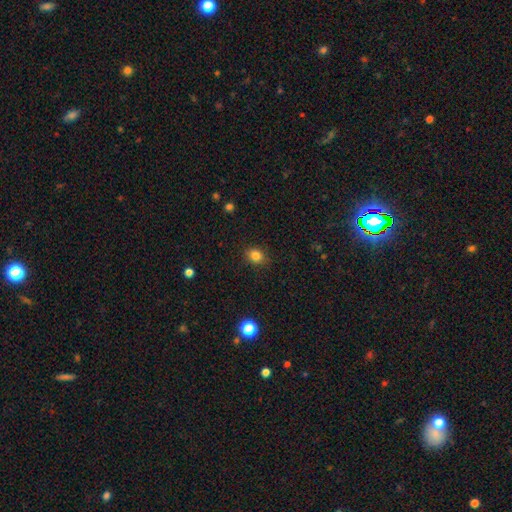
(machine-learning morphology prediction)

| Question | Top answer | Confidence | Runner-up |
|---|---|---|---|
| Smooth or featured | smooth | 82% | star or artifact (12%) |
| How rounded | round | 57% | in between (42%) |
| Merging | none | 88% | minor disturbance (9%) |